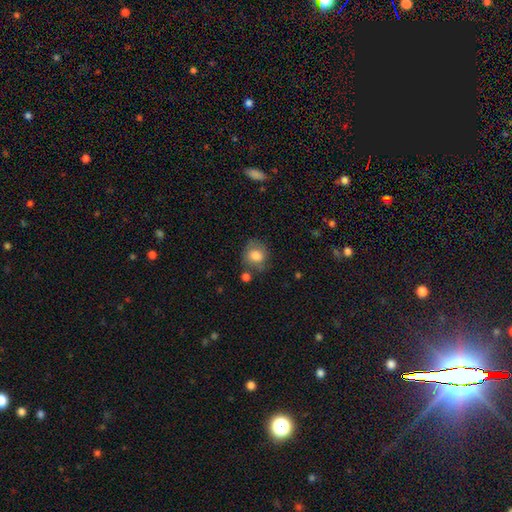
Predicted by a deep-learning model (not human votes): smooth_or_featured: smooth (p=0.76) [alt: featured or disk p=0.15]
how_rounded: round (p=0.70) [alt: in between p=0.29]
merging: none (p=0.63) [alt: minor disturbance p=0.22]